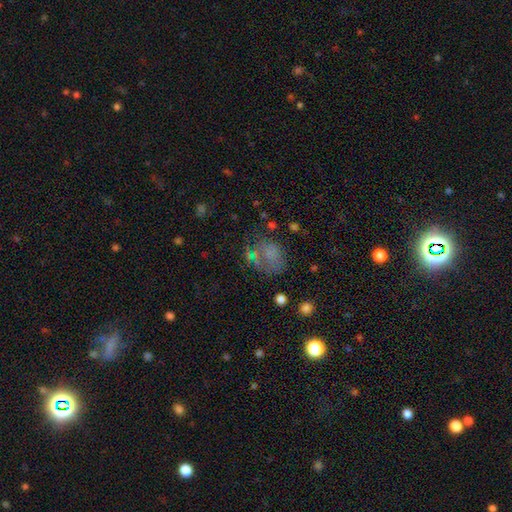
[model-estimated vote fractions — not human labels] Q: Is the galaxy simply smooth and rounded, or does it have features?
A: smooth — 59%.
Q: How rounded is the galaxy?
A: round — 53%.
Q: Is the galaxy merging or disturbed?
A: none — 50%.